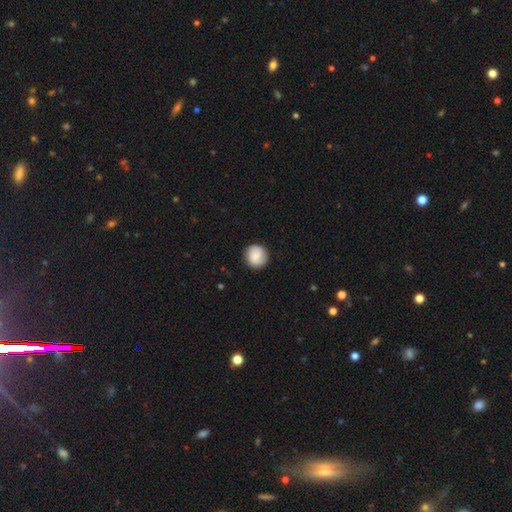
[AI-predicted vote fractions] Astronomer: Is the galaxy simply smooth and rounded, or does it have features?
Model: smooth — 78%.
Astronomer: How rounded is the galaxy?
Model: round — 91%.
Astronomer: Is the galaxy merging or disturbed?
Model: none — 89%.